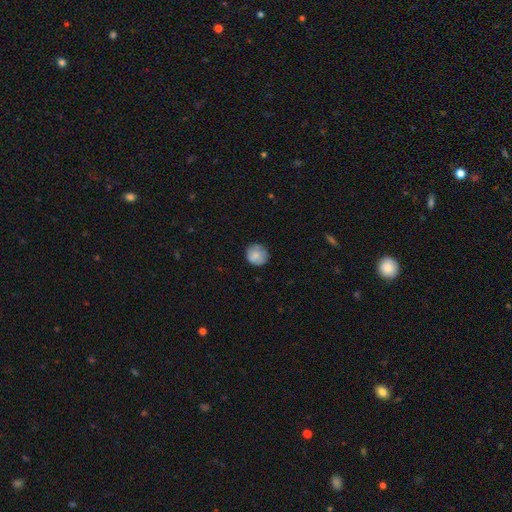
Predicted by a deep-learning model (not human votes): Smooth or featured?
  - smooth: 78% *
  - featured or disk: 14%
  - star or artifact: 7%
How rounded?
  - round: 90% *
  - in between: 9%
  - cigar-shaped: 1%
Merging?
  - none: 78% *
  - minor disturbance: 17%
  - major disturbance: 4%
  - merger: 1%